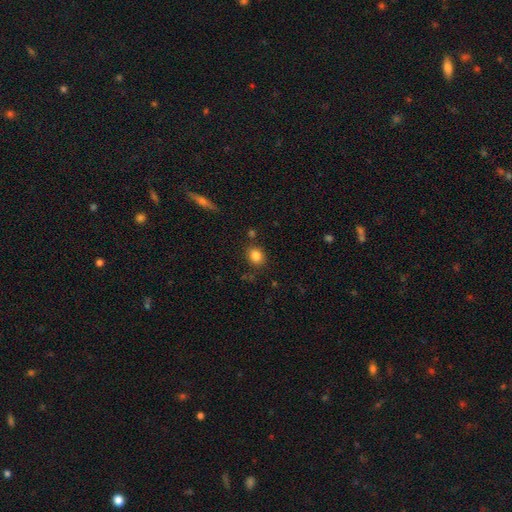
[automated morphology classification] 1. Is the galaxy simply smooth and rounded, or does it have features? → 84% smooth, 10% star or artifact, 6% featured or disk.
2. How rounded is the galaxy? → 59% round, 40% in between, 1% cigar-shaped.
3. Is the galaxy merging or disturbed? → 81% none, 11% minor disturbance, 4% merger, 3% major disturbance.